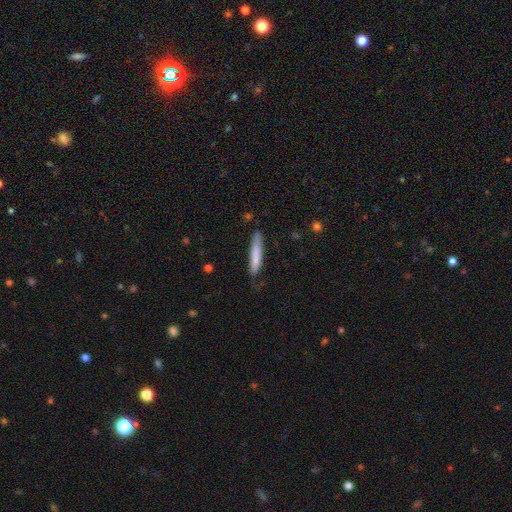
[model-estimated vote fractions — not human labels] Smooth or featured?
  - smooth: 79% *
  - featured or disk: 16%
  - star or artifact: 5%
How rounded?
  - cigar-shaped: 92% *
  - in between: 7%
  - round: 1%
Merging?
  - none: 75% *
  - minor disturbance: 20%
  - major disturbance: 4%
  - merger: 2%